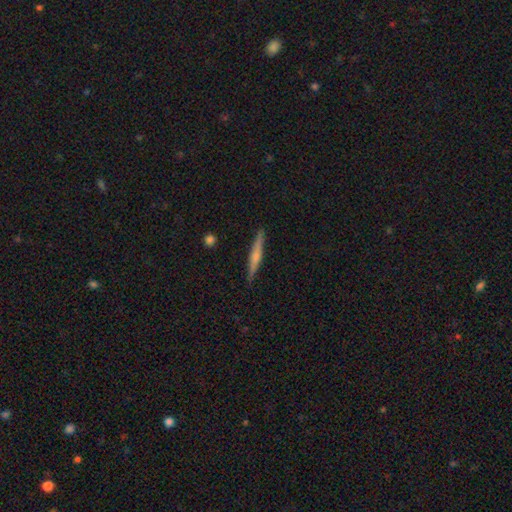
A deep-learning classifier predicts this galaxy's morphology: A featured or disk galaxy (50%). Merging: none (90%).